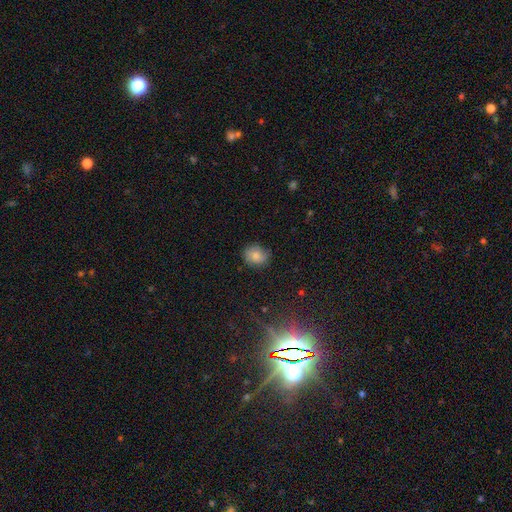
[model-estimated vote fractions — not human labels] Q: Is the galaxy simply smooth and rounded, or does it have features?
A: smooth — 80%.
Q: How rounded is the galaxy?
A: round — 65%.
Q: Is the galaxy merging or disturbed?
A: none — 79%.